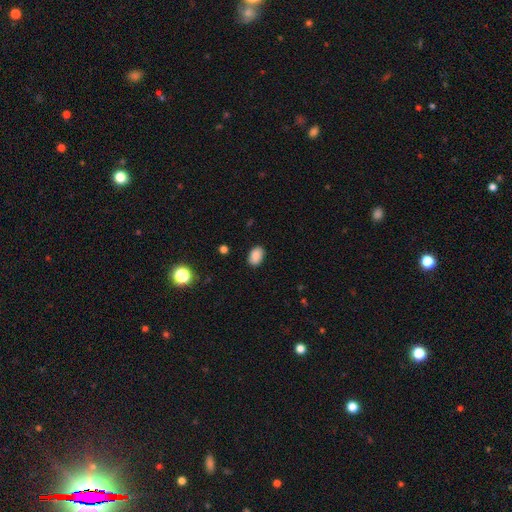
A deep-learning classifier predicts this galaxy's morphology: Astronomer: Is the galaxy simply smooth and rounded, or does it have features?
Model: smooth — 88%.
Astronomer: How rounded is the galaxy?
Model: in between — 84%.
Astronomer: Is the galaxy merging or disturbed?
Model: none — 87%.